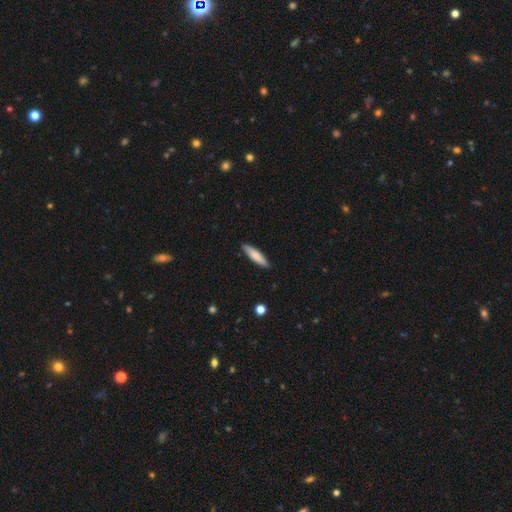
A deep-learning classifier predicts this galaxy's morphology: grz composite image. It shows a smooth galaxy with no disk features (78%) that is cigar-shaped (74%). Merging: none (87%).